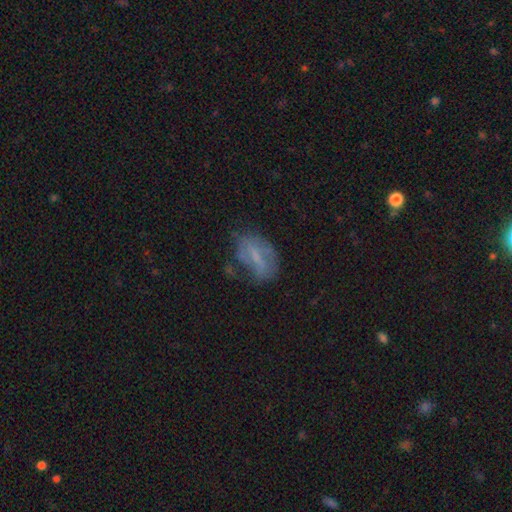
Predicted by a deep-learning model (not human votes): Smooth or featured? featured or disk (45%)
Merging? none (48%)